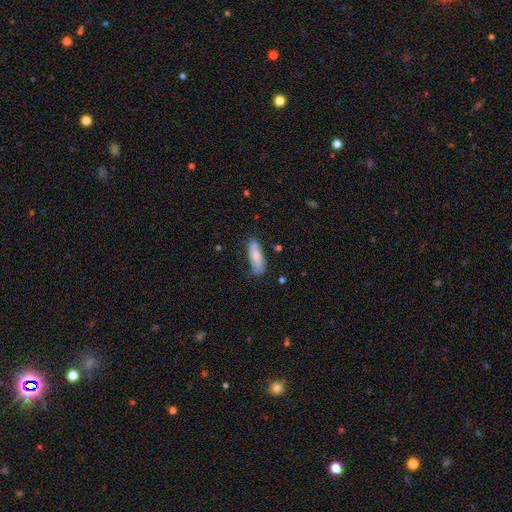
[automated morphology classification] smooth-or-featured: smooth: 77% | featured or disk: 17% | star or artifact: 6%
  how-rounded: in between: 66% | cigar-shaped: 32% | round: 2%
  merging: none: 68% | minor disturbance: 24% | major disturbance: 5% | merger: 2%